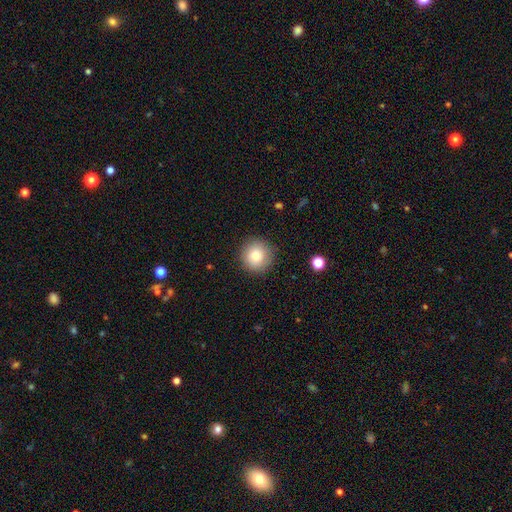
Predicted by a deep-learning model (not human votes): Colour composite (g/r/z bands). It shows a smooth galaxy with no disk features (80%) that is round (95%). Merging: none (89%).